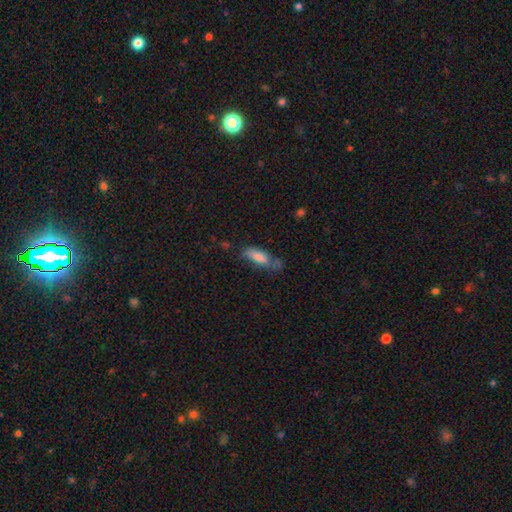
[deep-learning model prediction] Q: Smooth or featured?
A: smooth (72%); runner-up: featured or disk (19%)
Q: How rounded?
A: in between (62%); runner-up: cigar-shaped (35%)
Q: Merging?
A: none (53%); runner-up: minor disturbance (28%)